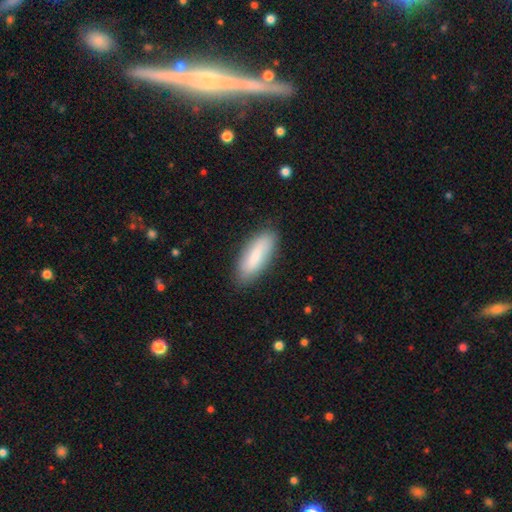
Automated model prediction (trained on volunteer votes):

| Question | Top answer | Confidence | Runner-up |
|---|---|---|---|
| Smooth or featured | smooth | 79% | featured or disk (15%) |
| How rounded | in between | 66% | cigar-shaped (32%) |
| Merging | none | 83% | minor disturbance (13%) |